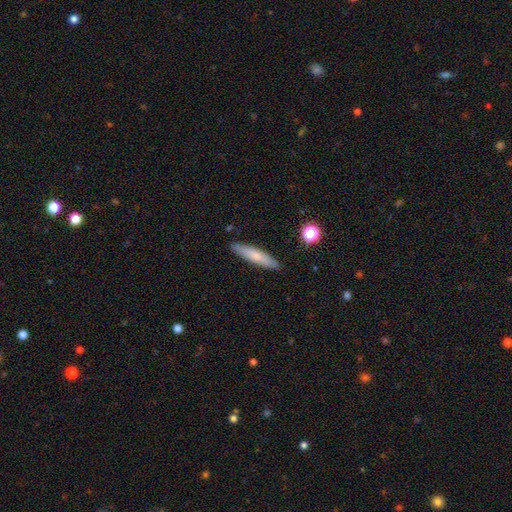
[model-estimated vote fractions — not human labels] A smooth galaxy with no disk features (71%) that is cigar-shaped (85%).

Vote fractions:
- Smooth or featured? smooth: 71% / featured or disk: 22% / star or artifact: 7%
- How rounded? cigar-shaped: 85% / in between: 13% / round: 1%
- Merging? none: 88% / minor disturbance: 9% / major disturbance: 2% / merger: 2%